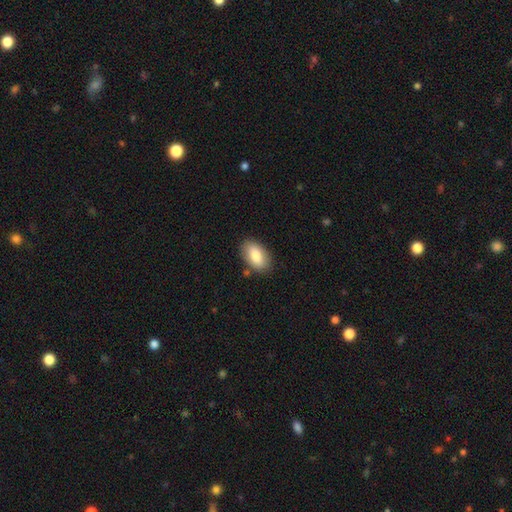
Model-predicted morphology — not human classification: Overall: smooth (82%). How rounded: in between (93%). Merging: none (83%).